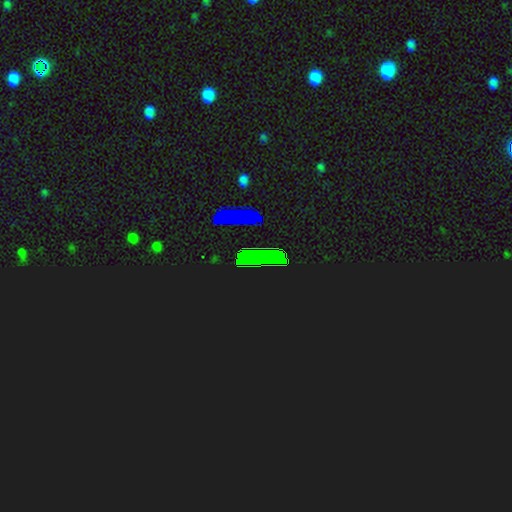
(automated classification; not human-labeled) smooth_or_featured: star or artifact (p=0.67) [alt: smooth p=0.17]